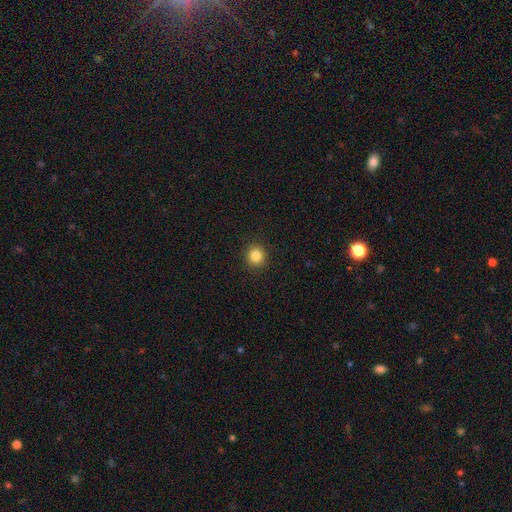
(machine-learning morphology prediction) smooth_or_featured: smooth (p=0.84) [alt: star or artifact p=0.11]
how_rounded: round (p=0.91) [alt: in between p=0.08]
merging: none (p=0.92) [alt: minor disturbance p=0.05]